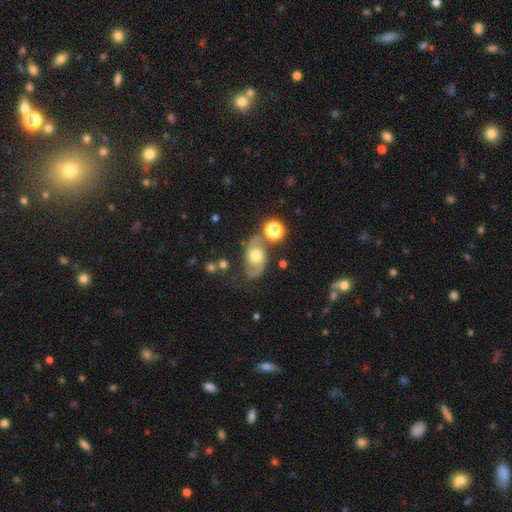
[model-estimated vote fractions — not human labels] Q: Smooth or featured?
A: featured or disk (56%); runner-up: smooth (35%)
Q: Edge-on disk?
A: no (94%); runner-up: yes (6%)
Q: Bar?
A: no (76%); runner-up: weak (20%)
Q: Spiral arms?
A: yes (71%); runner-up: no (29%)
Q: Bulge size?
A: moderate (69%); runner-up: large (18%)
Q: Merging?
A: none (63%); runner-up: minor disturbance (19%)